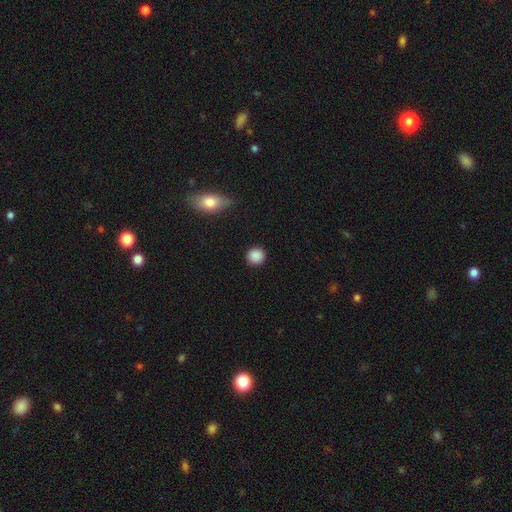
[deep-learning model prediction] A smooth galaxy with no disk features (88%) that is round (92%). Merging: none (90%).